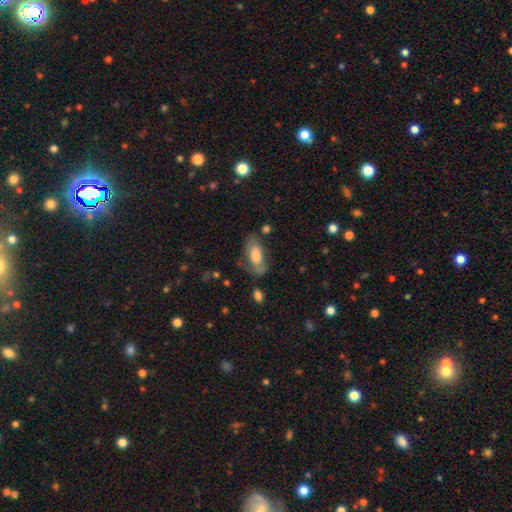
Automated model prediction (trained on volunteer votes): Smooth or featured: smooth — 59% (featured or disk — 34%)
How rounded: in between — 86% (cigar-shaped — 11%)
Merging: none — 55% (minor disturbance — 26%)